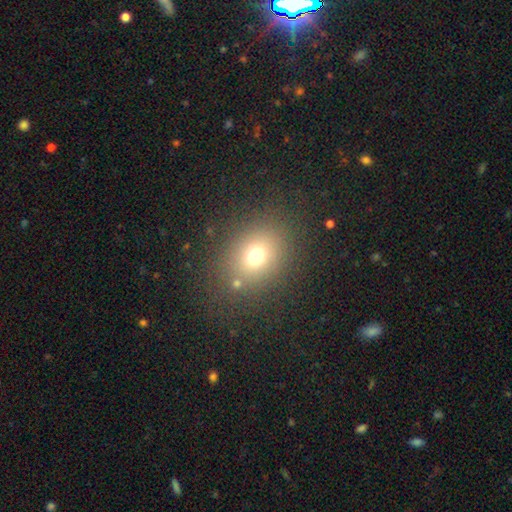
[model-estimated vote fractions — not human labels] Q: Smooth or featured?
A: smooth (71%); runner-up: star or artifact (18%)
Q: How rounded?
A: round (53%); runner-up: in between (46%)
Q: Merging?
A: none (81%); runner-up: minor disturbance (10%)